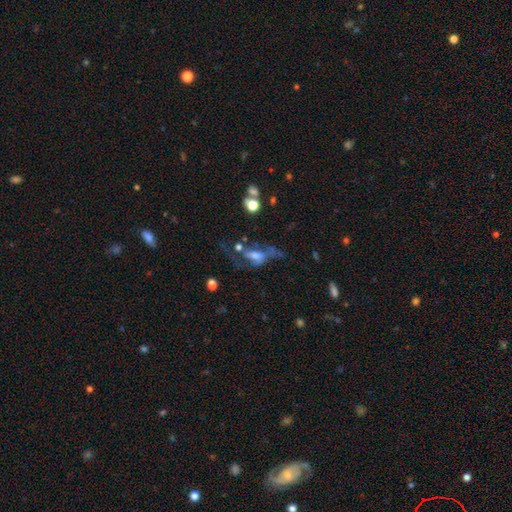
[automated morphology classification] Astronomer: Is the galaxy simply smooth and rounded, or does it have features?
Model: featured or disk — 52% (runner-up: smooth, 35%).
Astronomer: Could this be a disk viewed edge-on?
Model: no — 86%.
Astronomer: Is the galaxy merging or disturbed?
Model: major disturbance — 48% (runner-up: none, 24%).